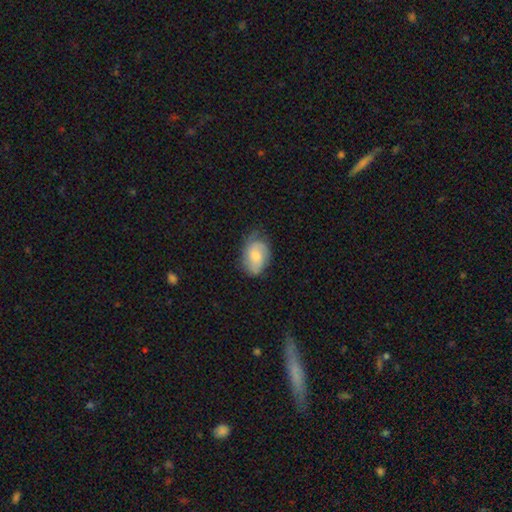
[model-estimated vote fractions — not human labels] Smooth or featured: smooth — 51% (featured or disk — 42%)
How rounded: in between — 79% (round — 20%)
Merging: none — 59% (minor disturbance — 30%)